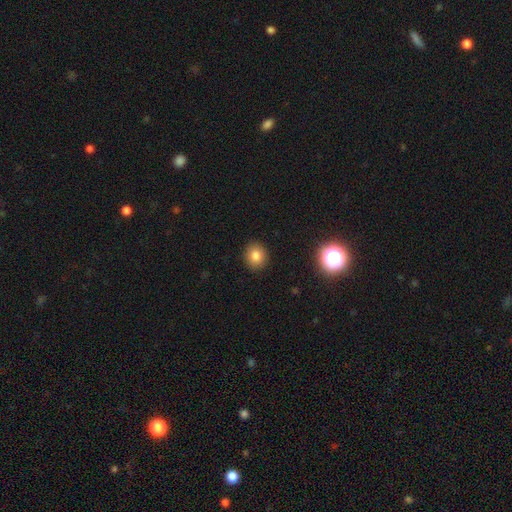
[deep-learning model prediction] Smooth or featured? smooth (80%)
How rounded? round (78%)
Merging? none (91%)